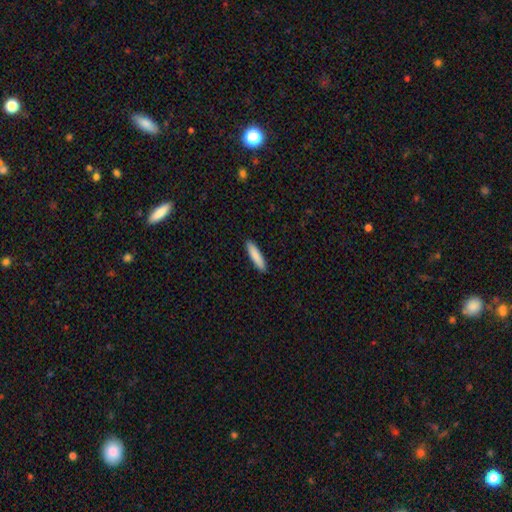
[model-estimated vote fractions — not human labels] Overall: smooth (87%). How rounded: cigar-shaped (82%). Merging: none (92%).